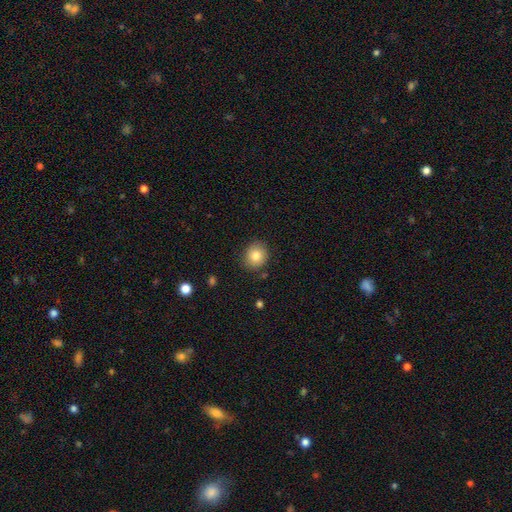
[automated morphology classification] This appears to be a smooth galaxy with no disk features (82%) that is round (86%). Merging: none (86%).